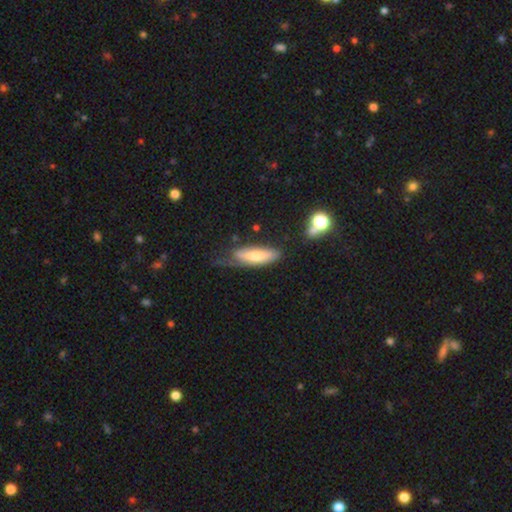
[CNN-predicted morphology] Q: Smooth or featured?
A: smooth (62%); runner-up: featured or disk (32%)
Q: How rounded?
A: cigar-shaped (53%); runner-up: in between (45%)
Q: Merging?
A: none (43%); runner-up: minor disturbance (33%)